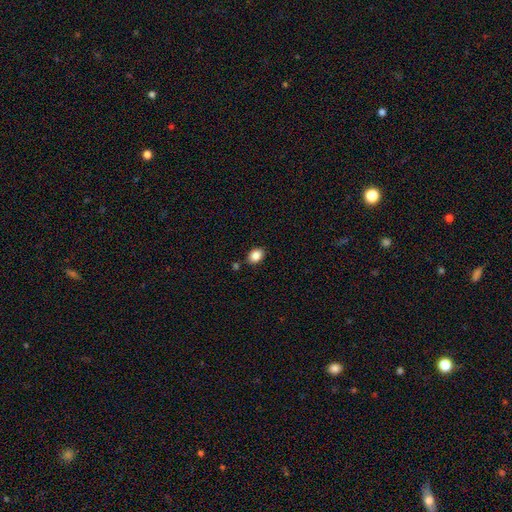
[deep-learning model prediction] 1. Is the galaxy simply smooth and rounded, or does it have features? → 87% smooth, 9% star or artifact, 4% featured or disk.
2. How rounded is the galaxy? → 73% in between, 26% round, 1% cigar-shaped.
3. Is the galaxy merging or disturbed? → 83% none, 10% minor disturbance, 4% merger, 3% major disturbance.